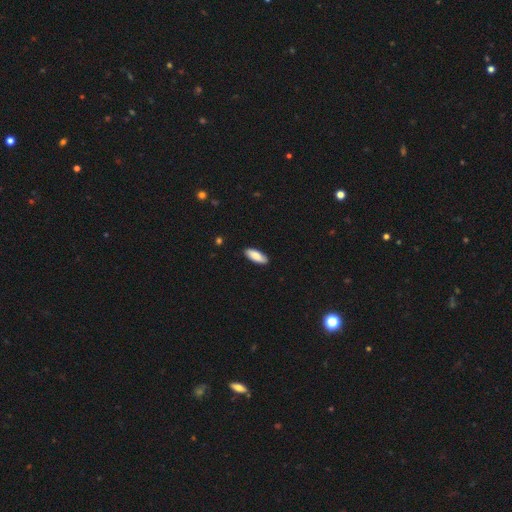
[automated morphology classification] The model was most divided on "how rounded": in between: 75%, cigar-shaped: 23%, round: 2%. More confident: merging — none (88%); smooth or featured — smooth (84%).